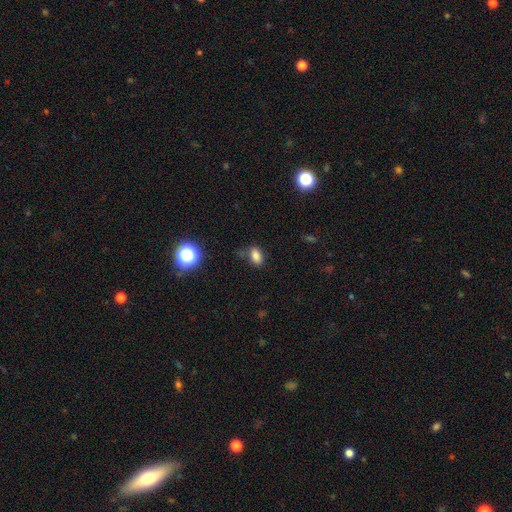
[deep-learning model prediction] This appears to be a smooth galaxy with no disk features (80%) that is in between round and cigar-shaped (86%). Merging: none (69%).